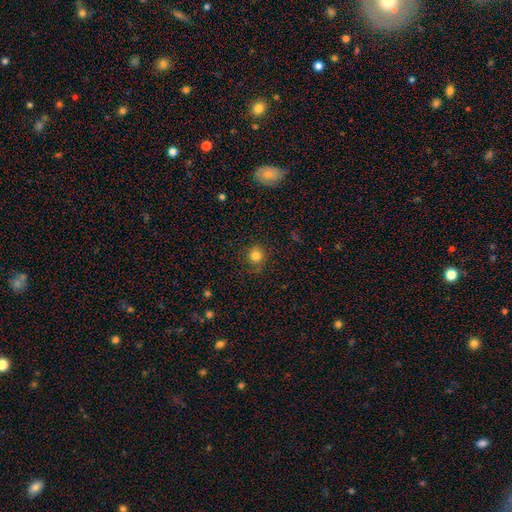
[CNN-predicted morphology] type=smooth (81%); roundness=round (90%); merging=none (84%).